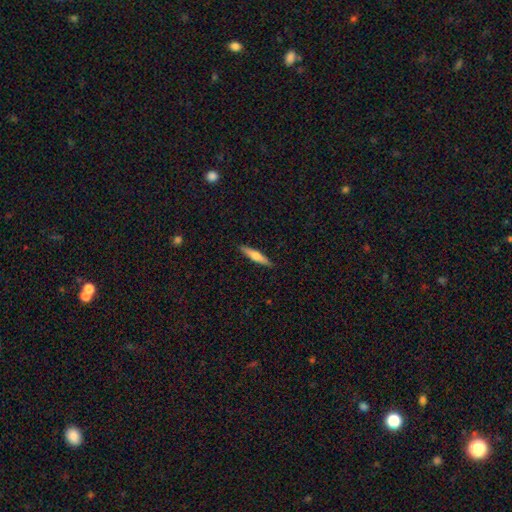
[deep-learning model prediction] This is possibly a smooth galaxy (56%). How rounded: clearly cigar-shaped (86%). Merging: clearly none (89%).